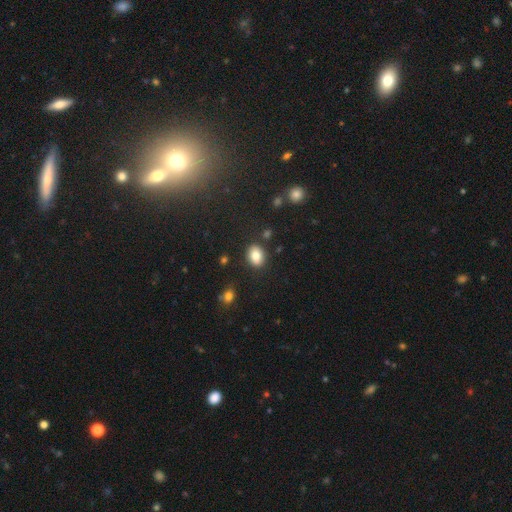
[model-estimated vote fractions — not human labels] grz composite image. It shows a smooth galaxy with no disk features (83%) that is in between round and cigar-shaped (66%). Merging: none (86%).